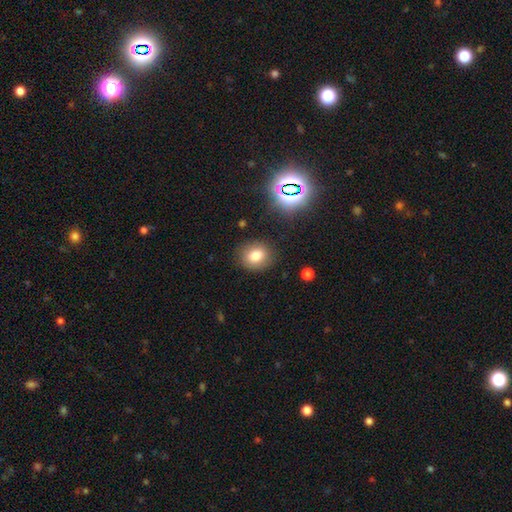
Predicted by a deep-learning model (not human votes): smooth 78%, star or artifact 13%, featured or disk 9%. Down the decision tree: how rounded — round (67%); merging — none (85%).